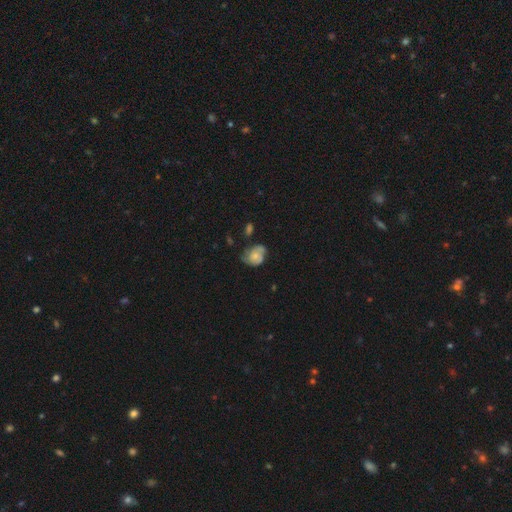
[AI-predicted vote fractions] This appears to be a smooth galaxy with no disk features (46%, tied with featured or disk). Merging: none (44%).